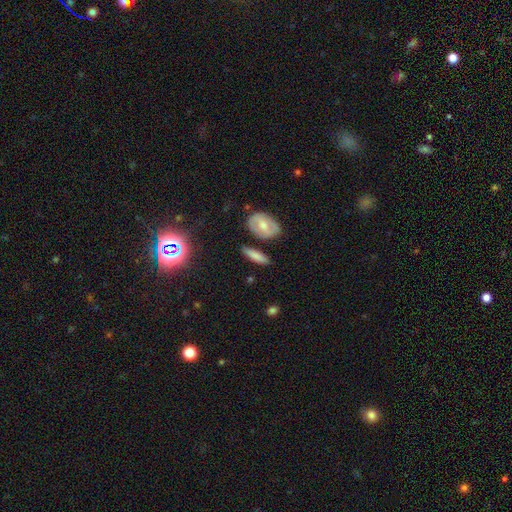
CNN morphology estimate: This appears to be a smooth galaxy with no disk features (71%) that is cigar-shaped (52%). Merging: none (77%).